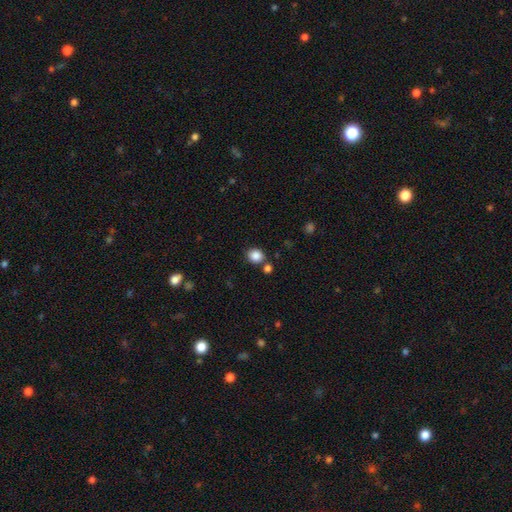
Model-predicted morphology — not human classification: This appears to be a smooth galaxy with no disk features (86%) that is round (77%). Merging: none (77%).